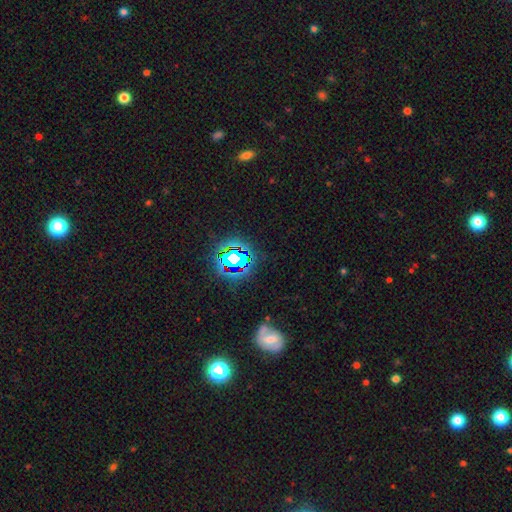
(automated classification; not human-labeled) Overall: star or artifact (74%).